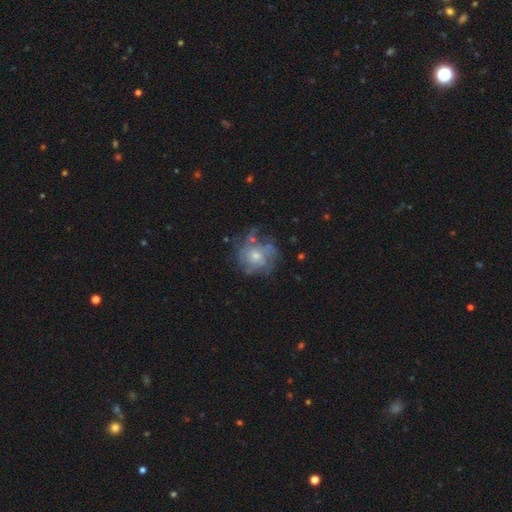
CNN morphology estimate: Smooth or featured? featured or disk (64%)
Edge-on disk? no (98%)
Bar? no (83%)
Spiral arms? yes (63%)
Bulge size? moderate (47%)
Merging? none (58%)